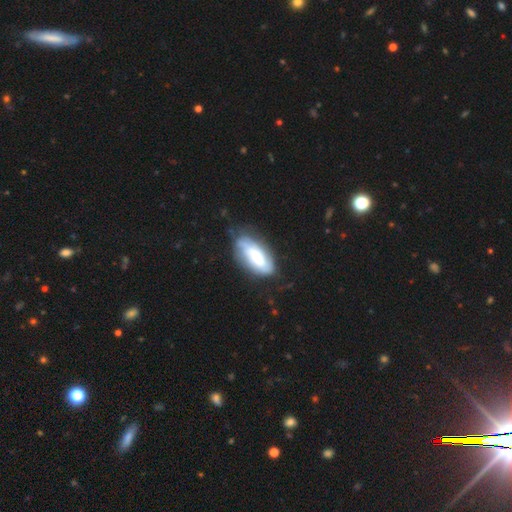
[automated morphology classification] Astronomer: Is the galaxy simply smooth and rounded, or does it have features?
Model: featured or disk — 48% (runner-up: smooth, 45%).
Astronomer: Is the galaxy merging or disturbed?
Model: none — 61%.